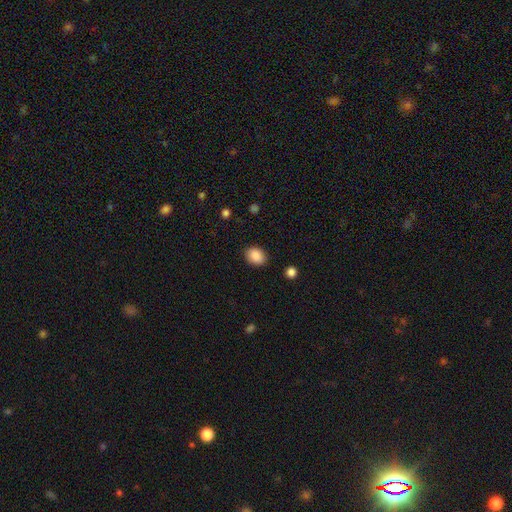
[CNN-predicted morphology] smooth_or_featured: smooth (p=0.88) [alt: star or artifact p=0.08]
how_rounded: in between (p=0.59) [alt: round p=0.40]
merging: none (p=0.87) [alt: minor disturbance p=0.09]